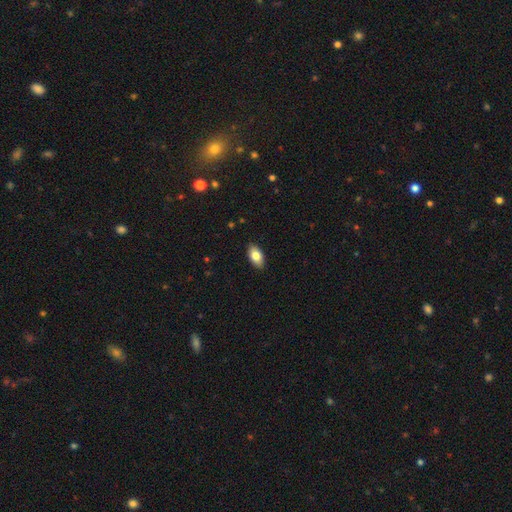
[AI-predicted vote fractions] Smooth or featured: smooth — 82% (featured or disk — 11%)
How rounded: in between — 93% (round — 4%)
Merging: none — 89% (minor disturbance — 9%)